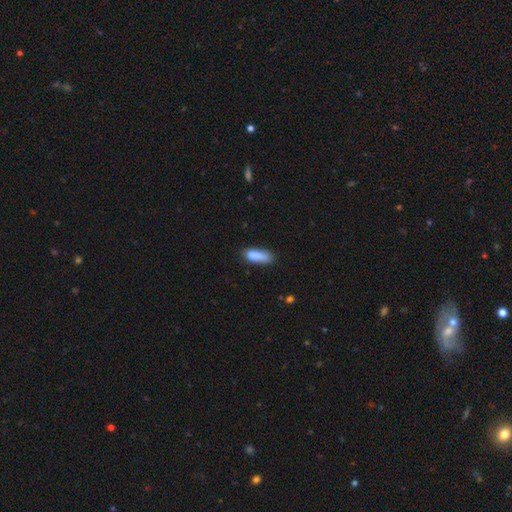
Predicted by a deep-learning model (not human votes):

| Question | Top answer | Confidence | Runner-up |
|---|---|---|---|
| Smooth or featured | smooth | 83% | featured or disk (9%) |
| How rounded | in between | 56% | cigar-shaped (42%) |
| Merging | none | 58% | minor disturbance (27%) |